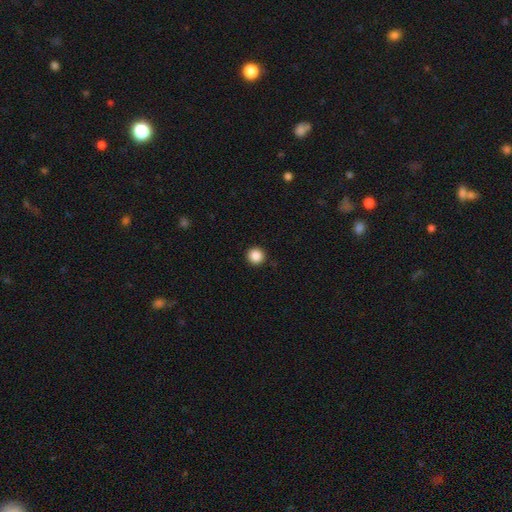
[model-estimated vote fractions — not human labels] Q: Smooth or featured?
A: smooth (88%); runner-up: star or artifact (10%)
Q: How rounded?
A: round (96%); runner-up: in between (3%)
Q: Merging?
A: none (93%); runner-up: minor disturbance (4%)